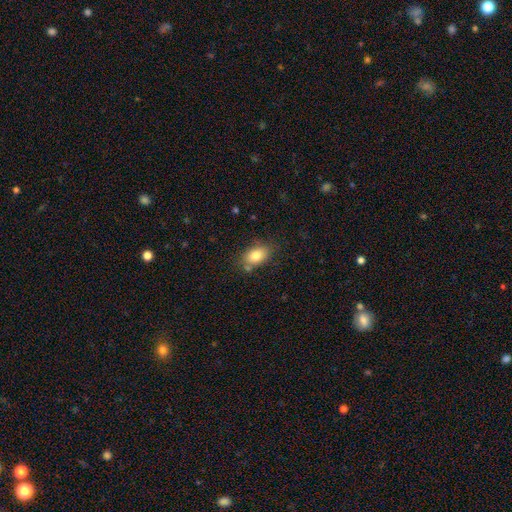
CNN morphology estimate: Smooth or featured: smooth — 83% (featured or disk — 9%)
How rounded: in between — 86% (round — 12%)
Merging: none — 73% (minor disturbance — 17%)